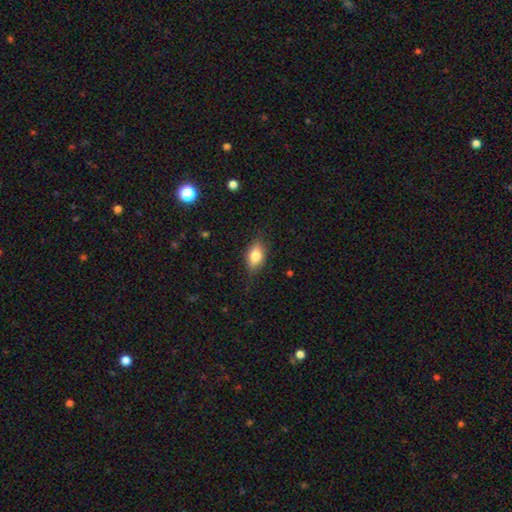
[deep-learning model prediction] smooth 74%, featured or disk 18%, star or artifact 8%. Down the decision tree: how rounded — in between (84%); merging — none (75%).